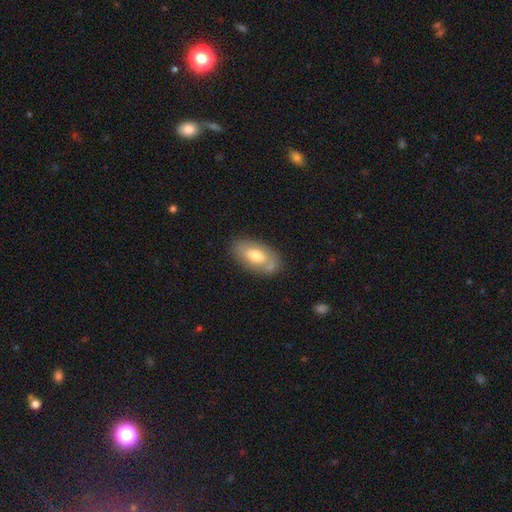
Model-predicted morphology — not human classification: smooth 62%, featured or disk 32%, star or artifact 6%. Down the decision tree: how rounded — in between (92%); merging — none (72%).